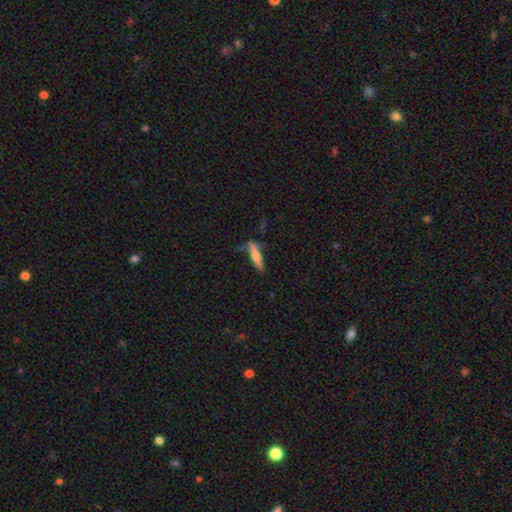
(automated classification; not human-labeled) Overall: smooth (59%; featured or disk 34%). How rounded: cigar-shaped (81%). Merging: none (59%; minor disturbance 24%).